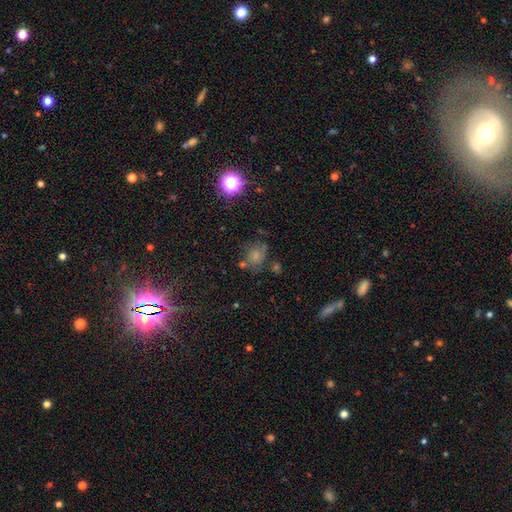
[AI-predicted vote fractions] smooth_or_featured: smooth (p=0.57) [alt: featured or disk p=0.22]
how_rounded: round (p=0.60) [alt: in between p=0.39]
merging: none (p=0.50) [alt: minor disturbance p=0.24]